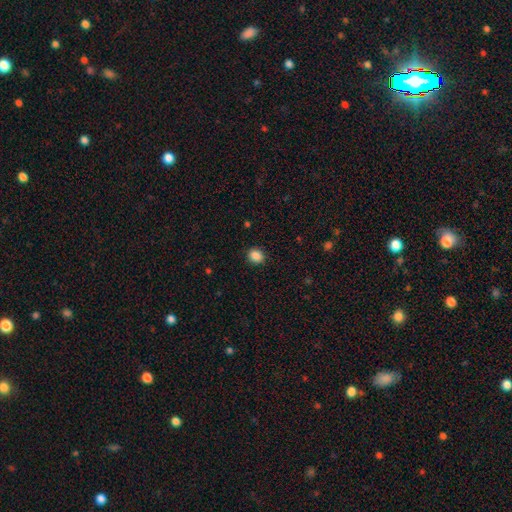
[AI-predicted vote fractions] Smooth or featured?
  - smooth: 87% *
  - star or artifact: 10%
  - featured or disk: 3%
How rounded?
  - round: 73% *
  - in between: 26%
  - cigar-shaped: 1%
Merging?
  - none: 90% *
  - minor disturbance: 7%
  - major disturbance: 2%
  - merger: 1%